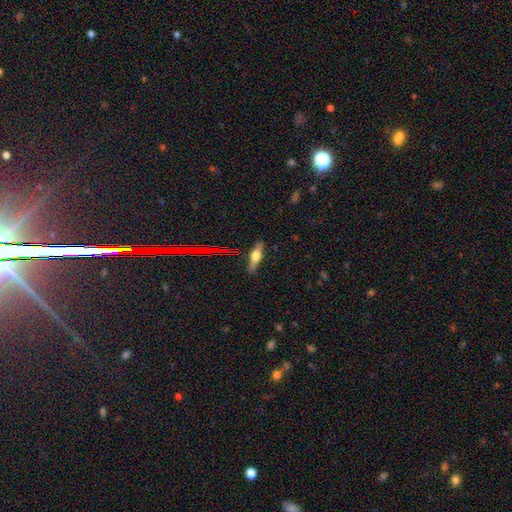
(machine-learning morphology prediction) smooth_or_featured: featured or disk (p=0.52) [alt: smooth p=0.38]
disk_edge_on: yes (p=0.92) [alt: no p=0.08]
merging: none (p=0.83) [alt: minor disturbance p=0.12]